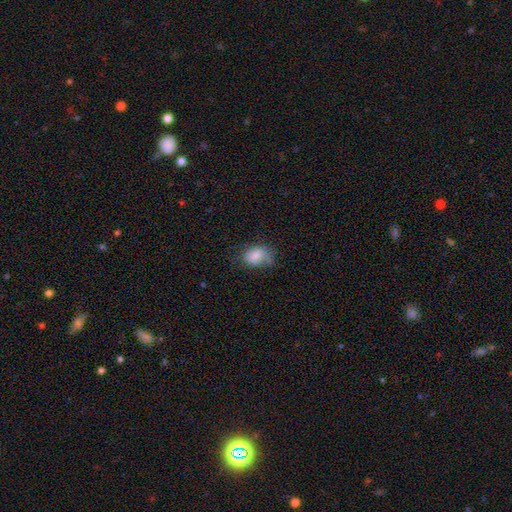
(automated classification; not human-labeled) Smooth or featured?
  - smooth: 81% *
  - featured or disk: 10%
  - star or artifact: 9%
How rounded?
  - in between: 73% *
  - round: 26%
  - cigar-shaped: 1%
Merging?
  - none: 48% *
  - minor disturbance: 34%
  - major disturbance: 16%
  - merger: 2%